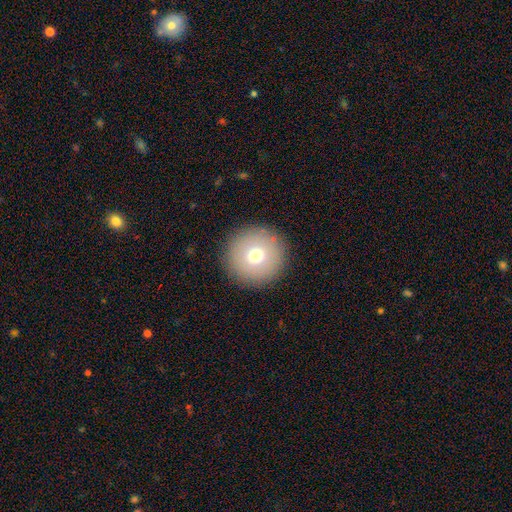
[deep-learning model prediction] Q: Smooth or featured?
A: smooth (71%); runner-up: featured or disk (16%)
Q: How rounded?
A: round (97%); runner-up: in between (2%)
Q: Merging?
A: none (91%); runner-up: minor disturbance (5%)